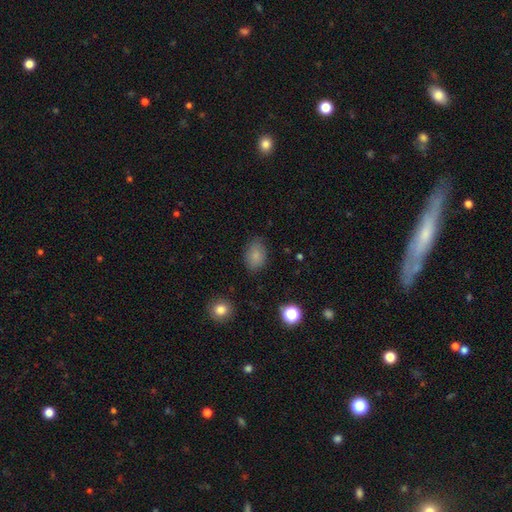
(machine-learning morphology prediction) Overall: smooth (83%). How rounded: in between (76%). Merging: none (80%).